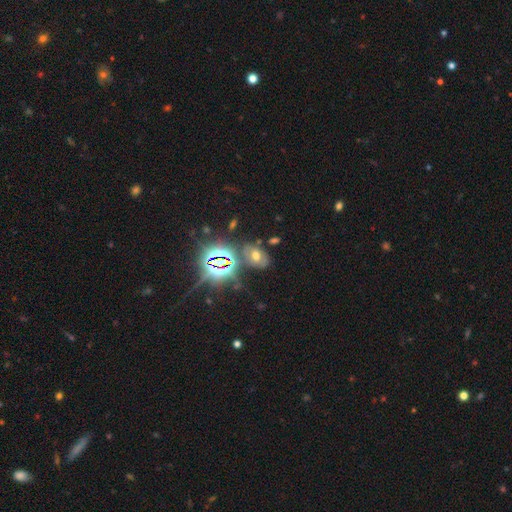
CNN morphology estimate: Smooth or featured?
  - star or artifact: 40% *
  - smooth: 36%
  - featured or disk: 24%